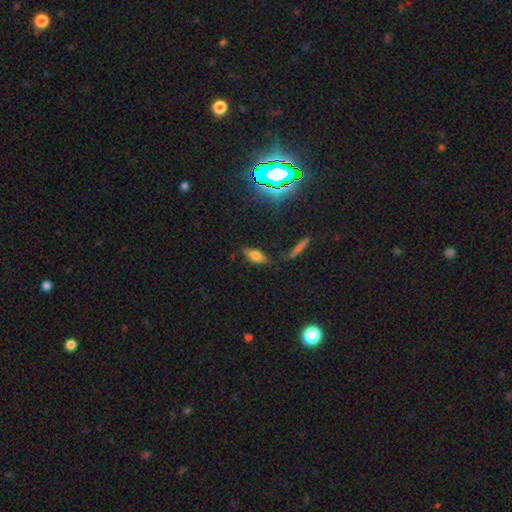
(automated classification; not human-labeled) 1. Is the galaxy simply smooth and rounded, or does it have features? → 54% smooth, 32% featured or disk, 14% star or artifact.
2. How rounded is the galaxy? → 64% in between, 31% cigar-shaped, 5% round.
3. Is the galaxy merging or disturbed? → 75% none, 16% minor disturbance, 5% major disturbance, 4% merger.